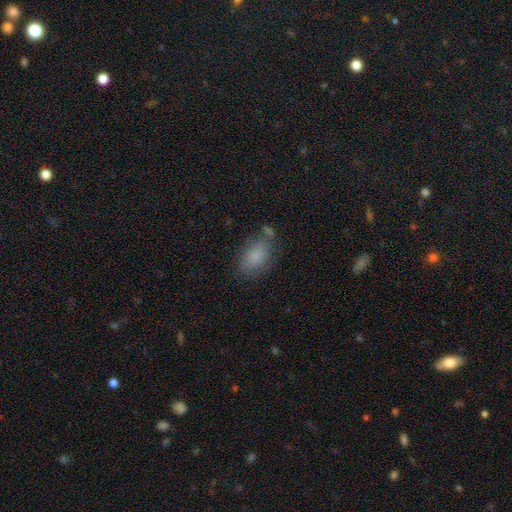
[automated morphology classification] Smooth or featured? smooth (83%)
How rounded? in between (88%)
Merging? none (67%)